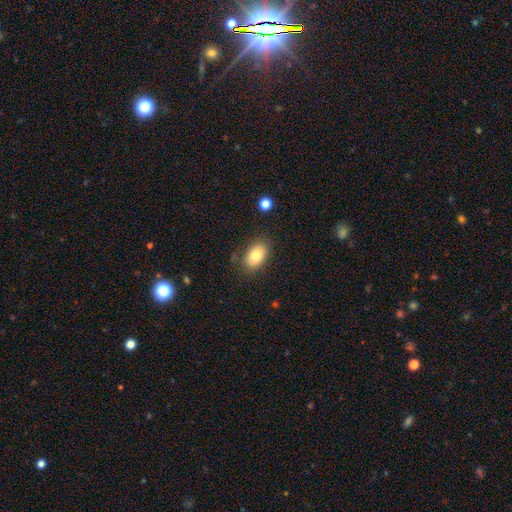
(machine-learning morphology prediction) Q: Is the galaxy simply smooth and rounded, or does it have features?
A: smooth — 79%.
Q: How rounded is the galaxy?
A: in between — 88%.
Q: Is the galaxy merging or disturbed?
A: none — 82%.